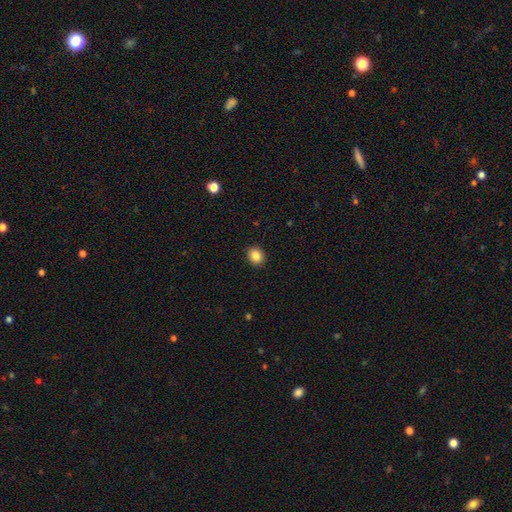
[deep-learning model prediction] smooth 86%, star or artifact 9%, featured or disk 4%. Down the decision tree: how rounded — round (61%); merging — none (91%).